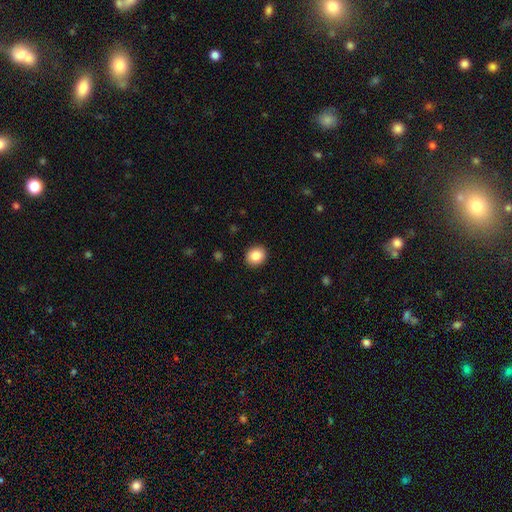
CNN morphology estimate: smooth_or_featured: smooth (p=0.86) [alt: star or artifact p=0.08]
how_rounded: round (p=0.71) [alt: in between p=0.28]
merging: none (p=0.91) [alt: minor disturbance p=0.06]